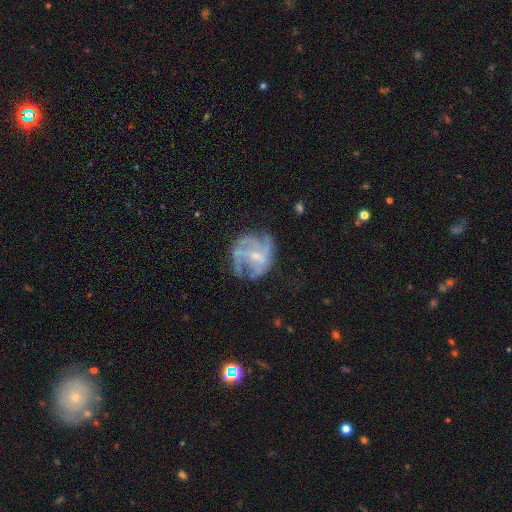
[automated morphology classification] Overall: featured or disk (79%). Edge-on disk: no (98%). Bar: no (44%; weak 43%). Spiral arms: yes (82%). Spiral arm count: can't tell (30%; 3 26%). Spiral winding: medium (44%; tight 31%). Bulge size: small (68%). Merging: none (59%; minor disturbance 21%).